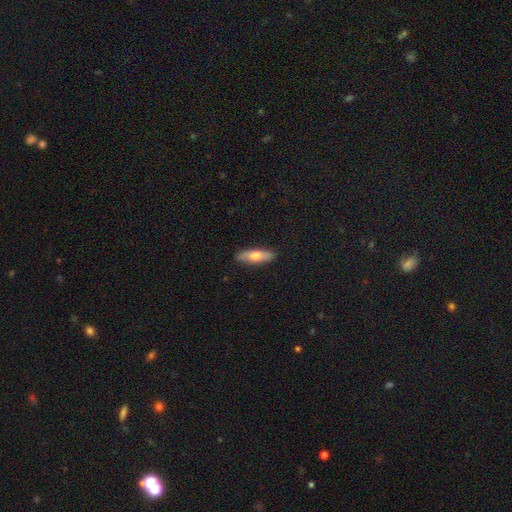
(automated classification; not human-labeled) This appears to be a smooth galaxy with no disk features (67%) that is cigar-shaped (50%). Merging: none (87%).